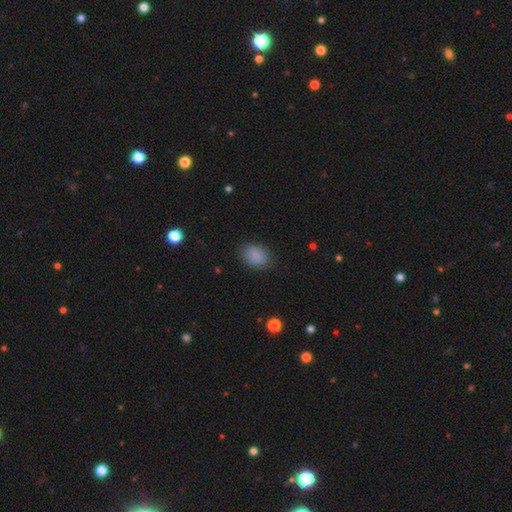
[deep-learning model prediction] The model was most divided on "how rounded": in between: 77%, round: 22%, cigar-shaped: 1%. More confident: smooth or featured — smooth (87%); merging — none (81%).